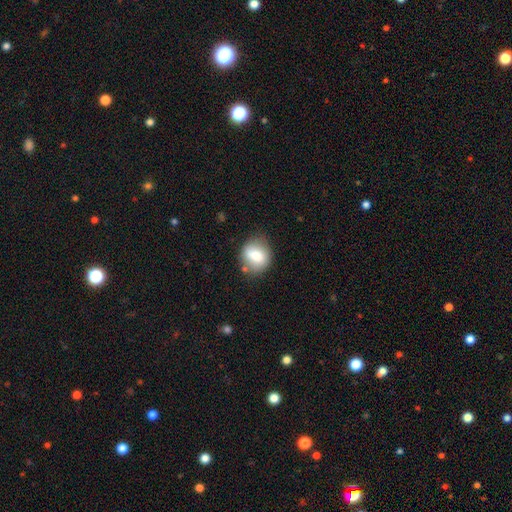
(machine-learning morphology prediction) A smooth galaxy with no disk features (74%) that is round (69%).

Vote fractions:
- Smooth or featured? smooth: 74% / featured or disk: 18% / star or artifact: 8%
- How rounded? round: 69% / in between: 30% / cigar-shaped: 1%
- Merging? none: 72% / minor disturbance: 18% / merger: 5% / major disturbance: 5%